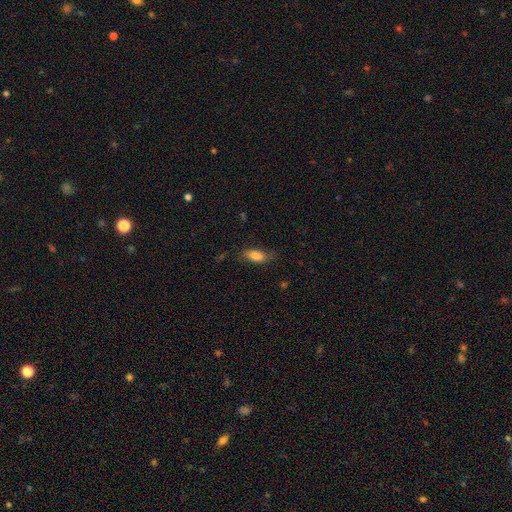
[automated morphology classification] smooth-or-featured: smooth: 82% | featured or disk: 10% | star or artifact: 8%
  how-rounded: in between: 82% | cigar-shaped: 15% | round: 3%
  merging: none: 71% | minor disturbance: 21% | major disturbance: 7% | merger: 1%